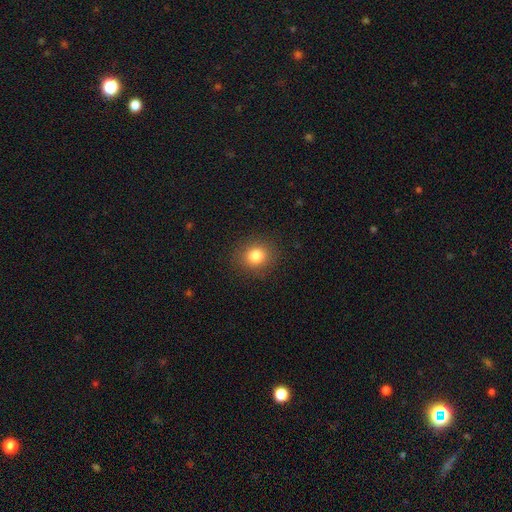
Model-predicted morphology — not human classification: type=smooth (82%); roundness=round (80%); merging=none (89%).